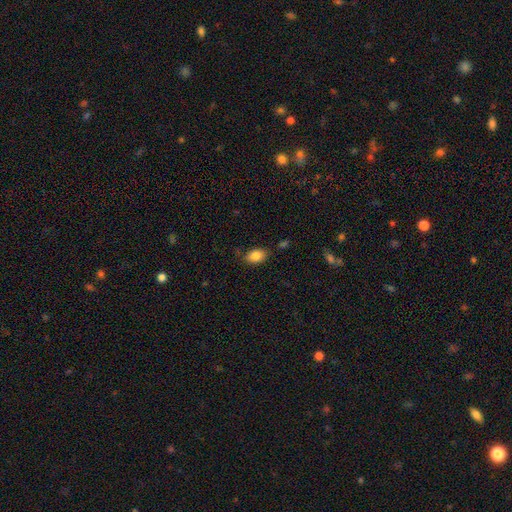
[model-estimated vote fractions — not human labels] Overall: smooth (85%). How rounded: in between (85%). Merging: none (78%).